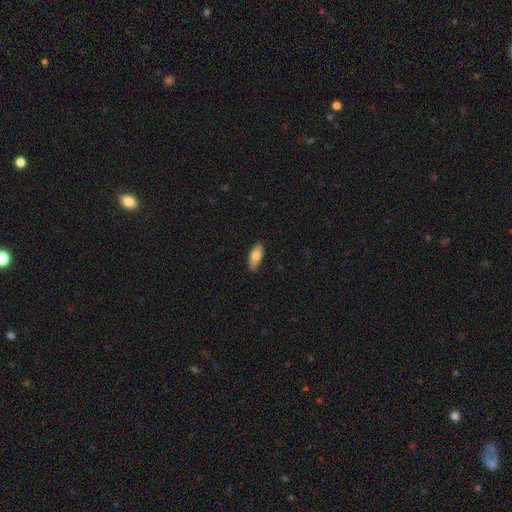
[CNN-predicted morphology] smooth_or_featured: smooth (p=0.77) [alt: featured or disk p=0.17]
how_rounded: in between (p=0.80) [alt: cigar-shaped p=0.18]
merging: none (p=0.85) [alt: minor disturbance p=0.12]